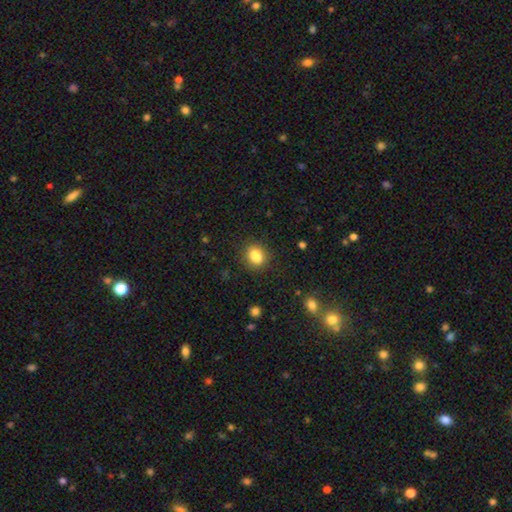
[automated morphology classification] Smooth or featured? smooth (86%)
How rounded? round (50%)
Merging? none (85%)